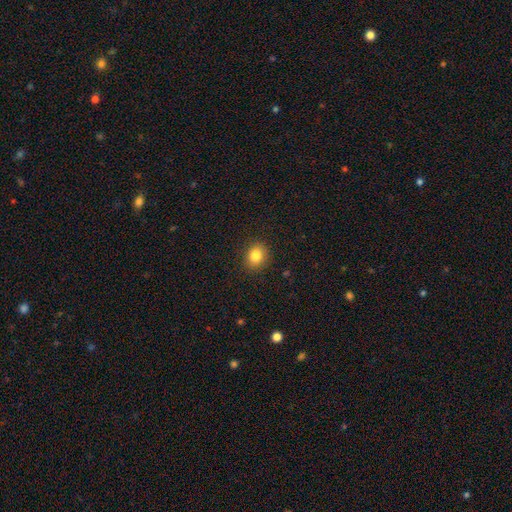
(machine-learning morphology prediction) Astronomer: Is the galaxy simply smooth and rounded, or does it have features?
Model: smooth — 83%.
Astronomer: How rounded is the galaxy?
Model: round — 67%.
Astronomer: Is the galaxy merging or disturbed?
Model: none — 89%.